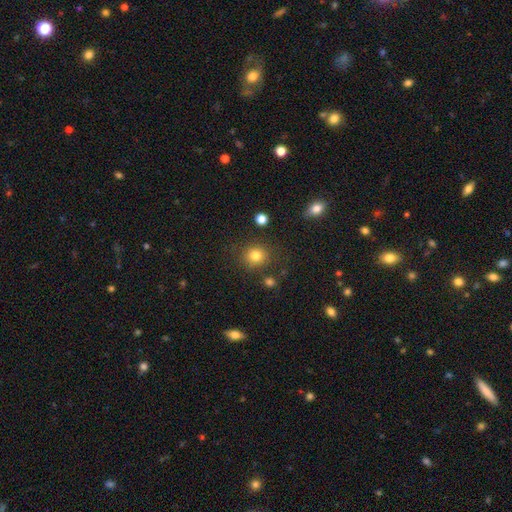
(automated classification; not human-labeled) A smooth galaxy with no disk features (81%) that is round (87%).

Vote fractions:
- Smooth or featured? smooth: 81% / star or artifact: 13% / featured or disk: 6%
- How rounded? round: 87% / in between: 12% / cigar-shaped: 1%
- Merging? none: 82% / minor disturbance: 10% / major disturbance: 4% / merger: 4%